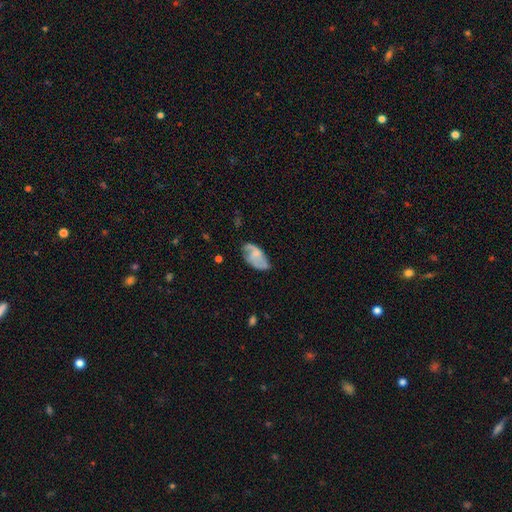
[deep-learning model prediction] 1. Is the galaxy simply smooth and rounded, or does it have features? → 49% featured or disk, 44% smooth, 7% star or artifact.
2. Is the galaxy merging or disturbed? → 50% none, 32% minor disturbance, 16% major disturbance, 3% merger.